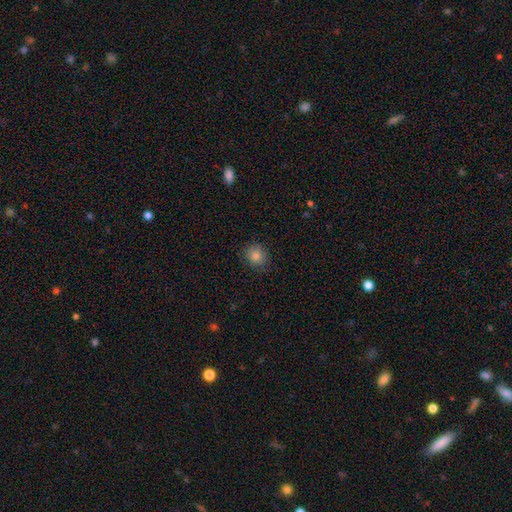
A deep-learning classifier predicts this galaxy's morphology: This appears to be a smooth galaxy with no disk features (81%) that is round (81%). Merging: none (86%).